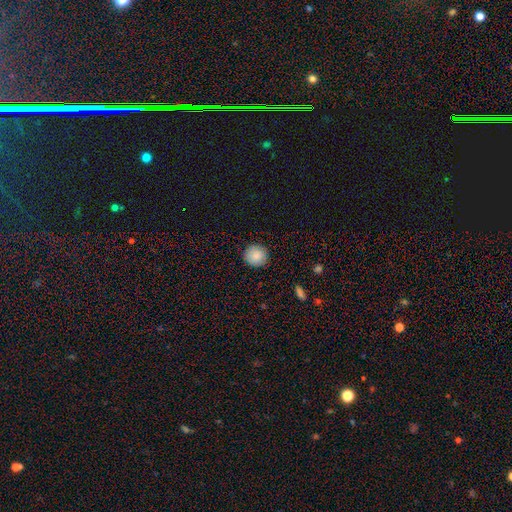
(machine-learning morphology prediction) A smooth galaxy with no disk features (84%) that is round (91%). Merging: none (89%).